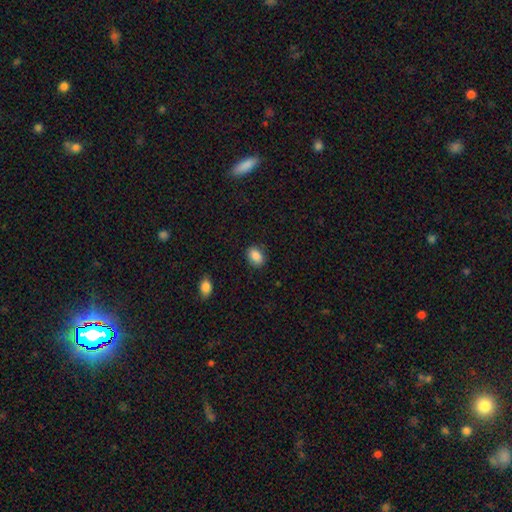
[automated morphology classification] smooth_or_featured: smooth (p=0.87) [alt: star or artifact p=0.08]
how_rounded: in between (p=0.74) [alt: round p=0.25]
merging: none (p=0.86) [alt: minor disturbance p=0.10]